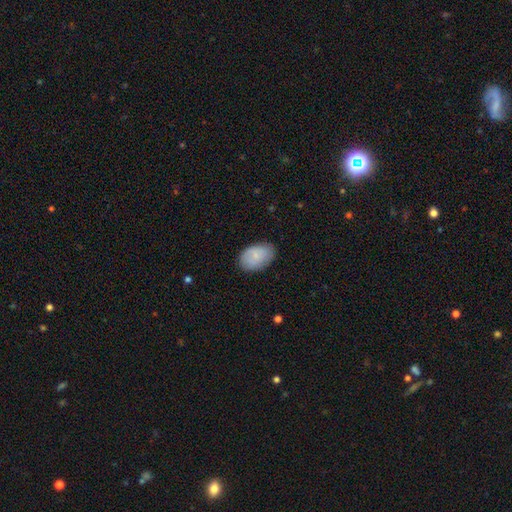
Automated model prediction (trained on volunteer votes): Smooth or featured? Predicted: smooth (p=0.79). How rounded? Predicted: in between (p=0.88). Merging? Predicted: none (p=0.80).